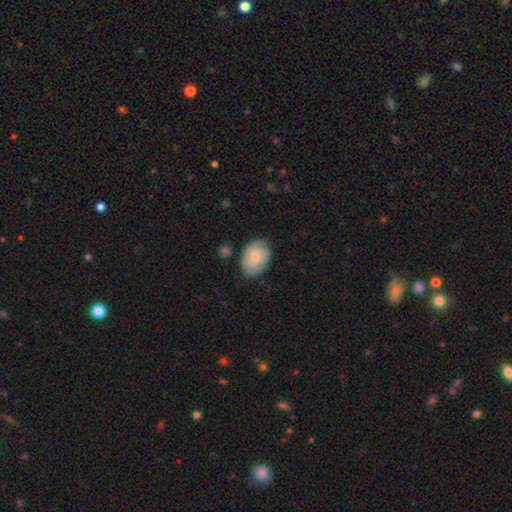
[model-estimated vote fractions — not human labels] This is possibly a smooth galaxy (59%). How rounded: likely in between (76%). Merging: likely none (76%).